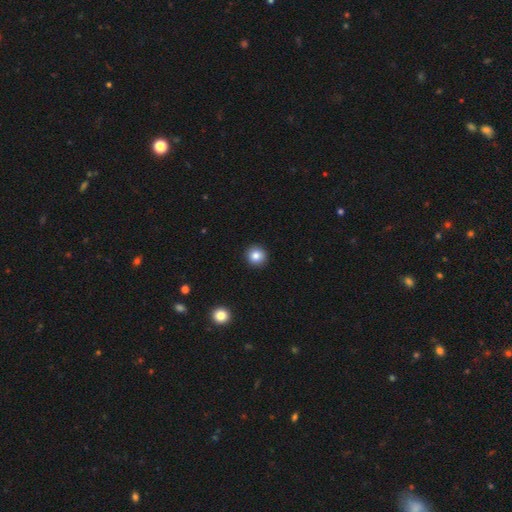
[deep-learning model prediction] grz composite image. It shows a smooth galaxy with no disk features (84%) that is round (93%). Merging: none (93%).